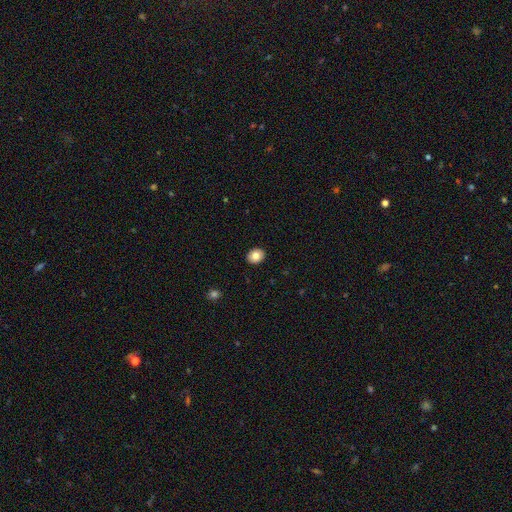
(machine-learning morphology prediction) Smooth or featured: smooth — 81% (featured or disk — 10%)
How rounded: round — 57% (in between — 42%)
Merging: none — 91% (minor disturbance — 6%)